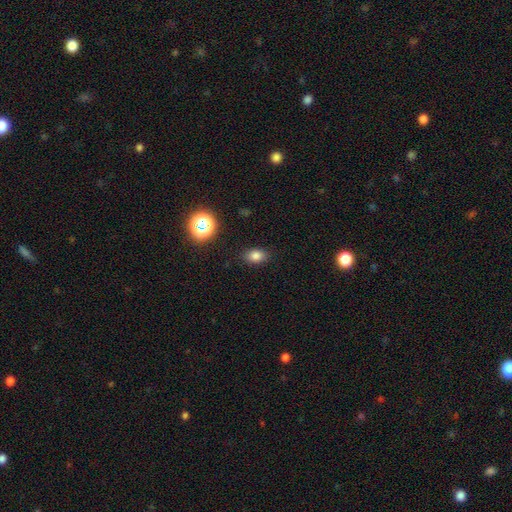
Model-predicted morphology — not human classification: Smooth or featured?
  - smooth: 79% *
  - star or artifact: 14%
  - featured or disk: 7%
How rounded?
  - in between: 78% *
  - round: 20%
  - cigar-shaped: 2%
Merging?
  - none: 87% *
  - minor disturbance: 9%
  - major disturbance: 3%
  - merger: 1%